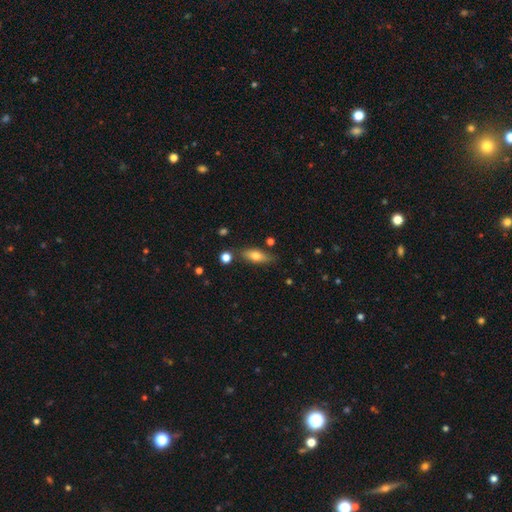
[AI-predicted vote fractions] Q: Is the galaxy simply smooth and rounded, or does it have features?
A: smooth — 67%.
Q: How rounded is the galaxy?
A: in between — 65%.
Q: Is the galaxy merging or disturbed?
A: none — 78%.